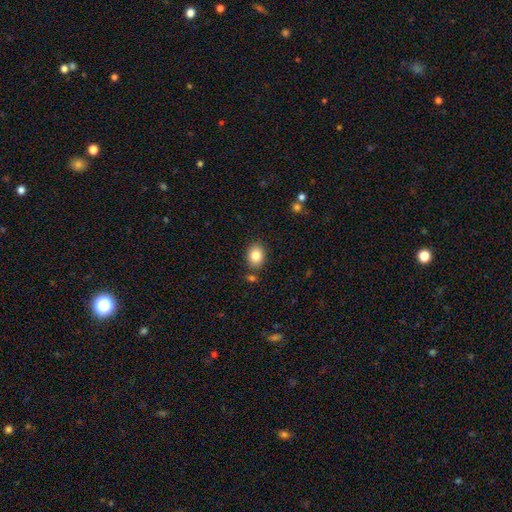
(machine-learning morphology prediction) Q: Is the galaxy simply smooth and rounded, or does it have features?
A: smooth — 85%.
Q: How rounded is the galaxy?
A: in between — 59%.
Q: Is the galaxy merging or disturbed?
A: none — 81%.